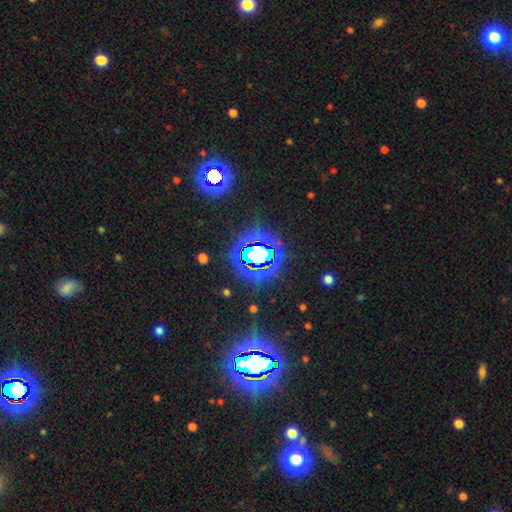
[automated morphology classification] Q: Smooth or featured?
A: star or artifact (75%); runner-up: smooth (15%)